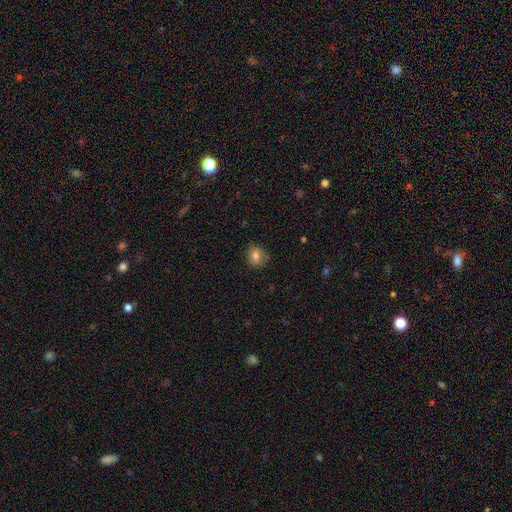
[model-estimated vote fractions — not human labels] The model was most divided on "how rounded": round: 74%, in between: 25%, cigar-shaped: 1%. More confident: merging — none (76%); smooth or featured — smooth (76%).